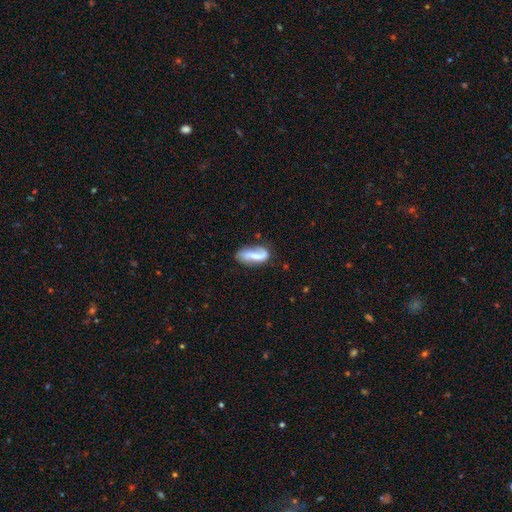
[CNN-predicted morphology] smooth_or_featured: featured or disk (p=0.56) [alt: smooth p=0.37]
disk_edge_on: no (p=0.92) [alt: yes p=0.08]
bar: strong (p=0.39) [alt: weak p=0.34]
has_spiral_arms: yes (p=0.80) [alt: no p=0.20]
bulge_size: small (p=0.34) [alt: moderate p=0.32]
merging: none (p=0.55) [alt: minor disturbance p=0.26]